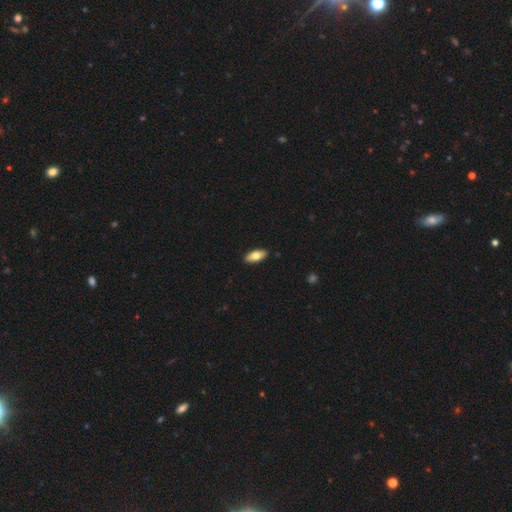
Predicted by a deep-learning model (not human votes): Morphology: type=smooth (77%); roundness=in between (84%); merging=none (90%).